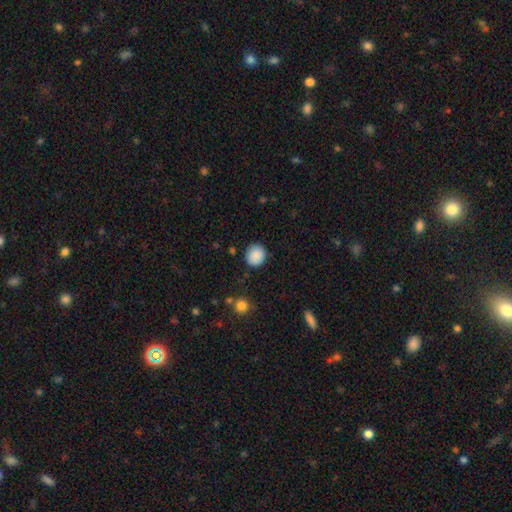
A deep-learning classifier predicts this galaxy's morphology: This is clearly a smooth galaxy (88%). How rounded: clearly round (85%). Merging: clearly none (88%).